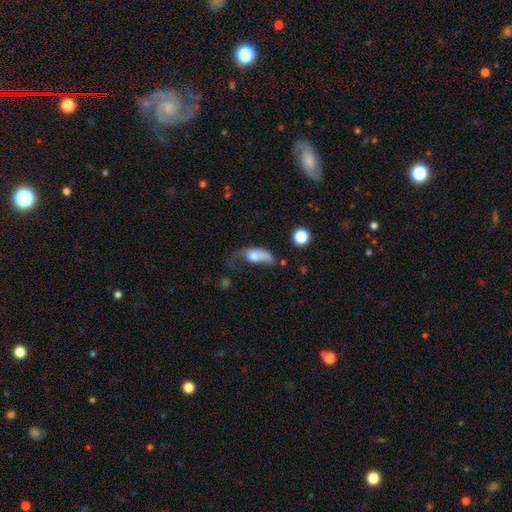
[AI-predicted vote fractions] smooth_or_featured: smooth (p=0.58) [alt: featured or disk p=0.33]
how_rounded: in between (p=0.73) [alt: cigar-shaped p=0.15]
merging: major disturbance (p=0.56) [alt: minor disturbance p=0.17]